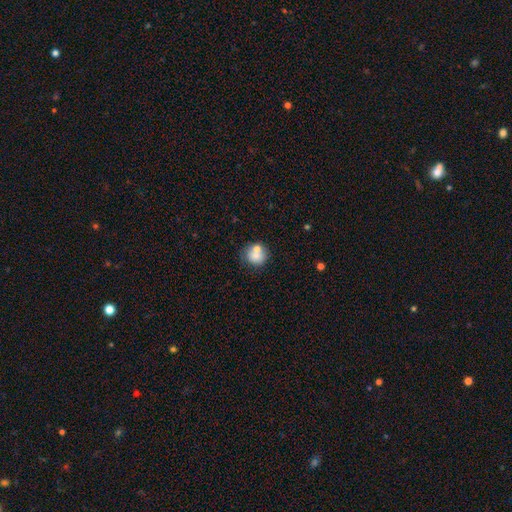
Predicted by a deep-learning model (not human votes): This is likely a smooth galaxy (76%). How rounded: clearly round (85%). Merging: possibly none (56%).